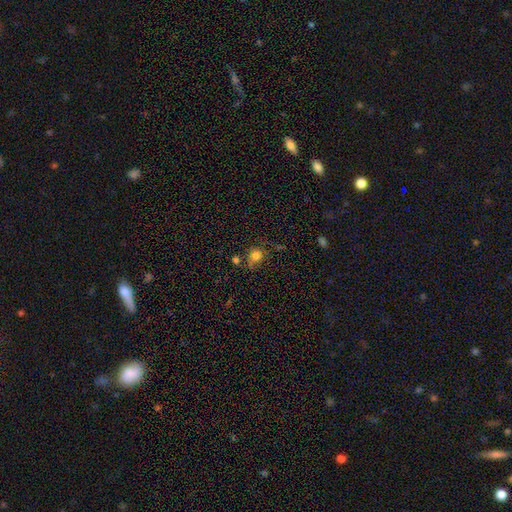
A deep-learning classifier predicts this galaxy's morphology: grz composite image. It shows a smooth galaxy with no disk features (79%) that is round (82%). Merging: none (62%).